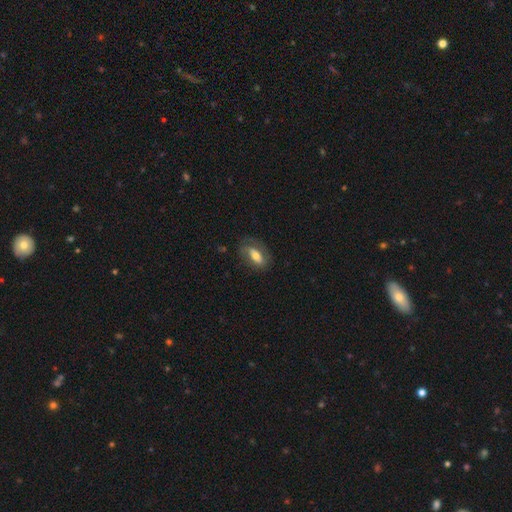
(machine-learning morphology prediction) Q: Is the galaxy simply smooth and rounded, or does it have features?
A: smooth — 52%.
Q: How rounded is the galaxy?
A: in between — 82%.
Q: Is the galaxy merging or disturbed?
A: none — 64%.